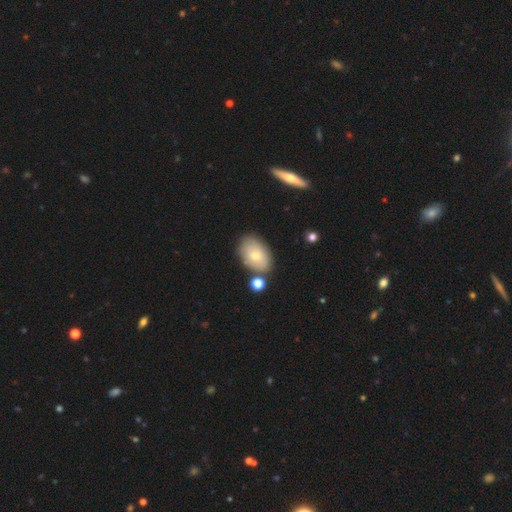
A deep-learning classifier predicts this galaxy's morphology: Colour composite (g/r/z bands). It shows a smooth galaxy with no disk features (71%) that is in between round and cigar-shaped (89%). Merging: none (72%).